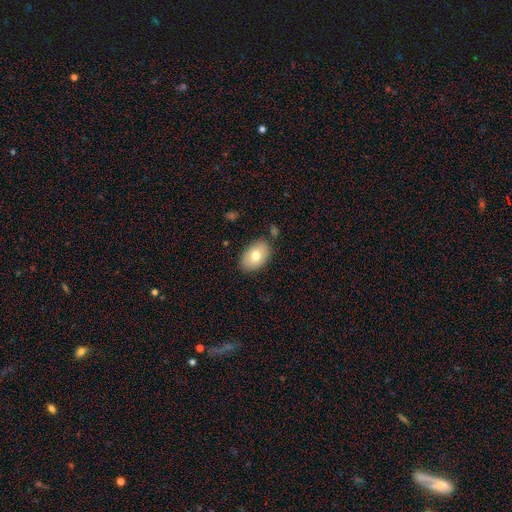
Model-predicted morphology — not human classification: Smooth or featured?
  - smooth: 75% *
  - featured or disk: 17%
  - star or artifact: 7%
How rounded?
  - in between: 87% *
  - round: 12%
  - cigar-shaped: 1%
Merging?
  - none: 82% *
  - minor disturbance: 12%
  - major disturbance: 3%
  - merger: 3%